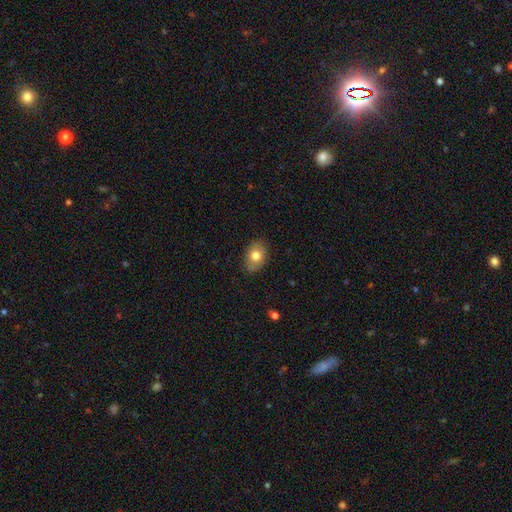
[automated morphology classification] Smooth or featured? smooth (76%)
How rounded? in between (80%)
Merging? none (85%)